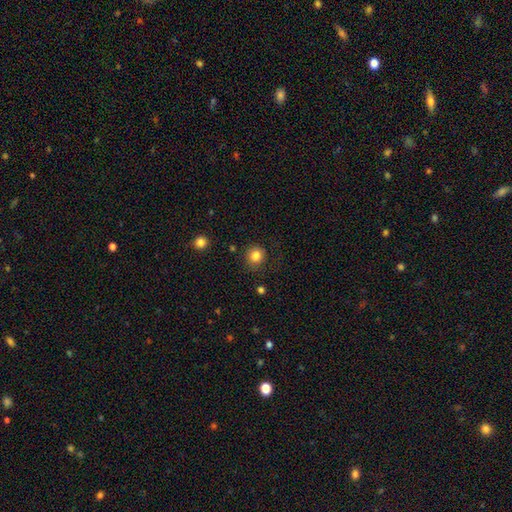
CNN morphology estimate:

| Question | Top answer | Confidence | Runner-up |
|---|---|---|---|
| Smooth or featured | smooth | 84% | star or artifact (11%) |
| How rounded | round | 89% | in between (10%) |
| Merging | none | 83% | minor disturbance (11%) |